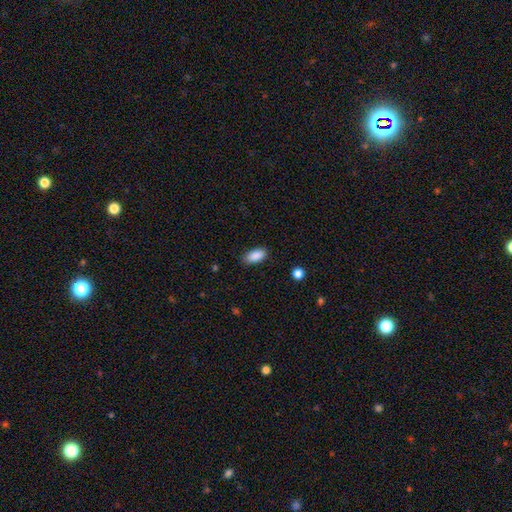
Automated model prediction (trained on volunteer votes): This appears to be a smooth galaxy with no disk features (89%) that is in between round and cigar-shaped (91%). Merging: none (85%).